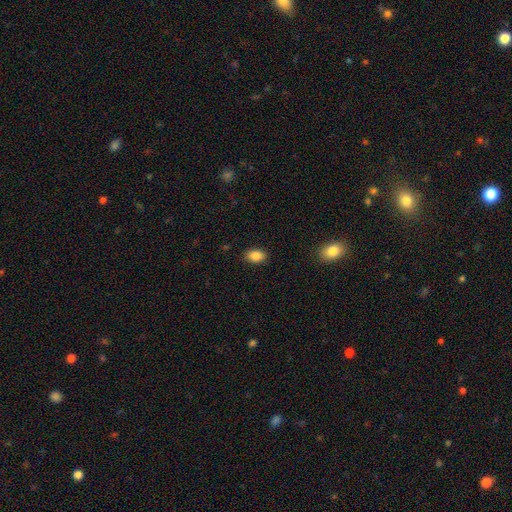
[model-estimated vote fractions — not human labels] Smooth or featured?
  - smooth: 86% *
  - star or artifact: 9%
  - featured or disk: 5%
How rounded?
  - in between: 83% *
  - round: 16%
  - cigar-shaped: 1%
Merging?
  - none: 88% *
  - minor disturbance: 9%
  - major disturbance: 2%
  - merger: 1%